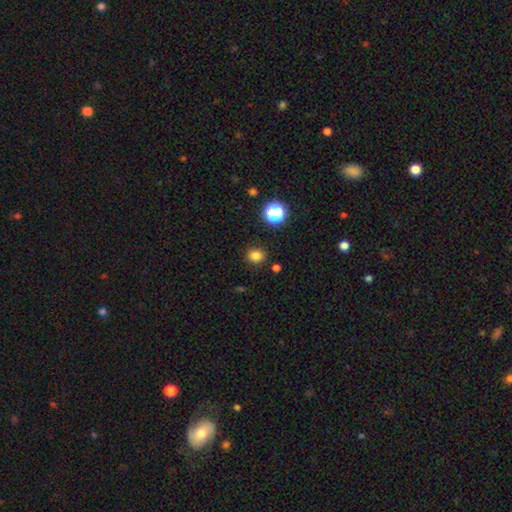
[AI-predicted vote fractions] A smooth galaxy with no disk features (81%) that is round (75%). Merging: none (87%).